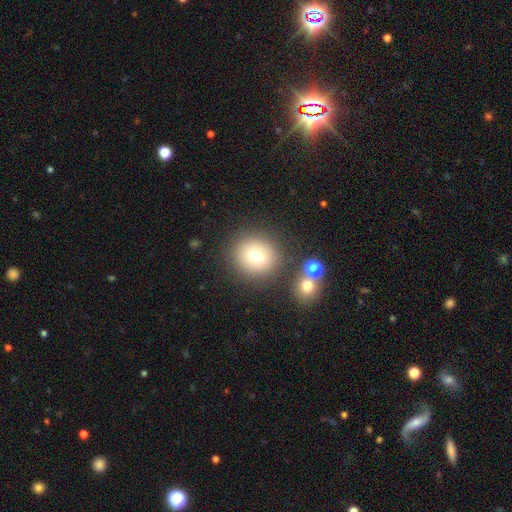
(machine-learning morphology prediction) Q: Smooth or featured?
A: smooth (72%); runner-up: featured or disk (15%)
Q: How rounded?
A: round (87%); runner-up: in between (12%)
Q: Merging?
A: none (81%); runner-up: minor disturbance (9%)